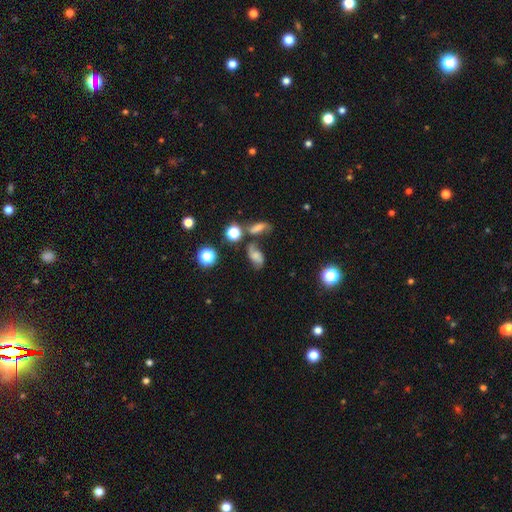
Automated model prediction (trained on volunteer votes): Q: Smooth or featured?
A: featured or disk (44%); runner-up: smooth (40%)
Q: Merging?
A: none (48%); runner-up: minor disturbance (20%)